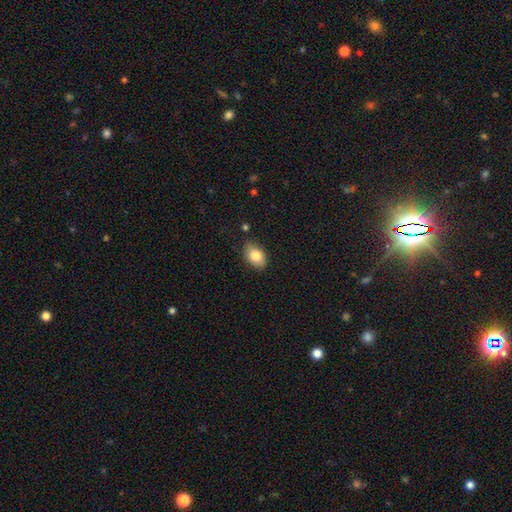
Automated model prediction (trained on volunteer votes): The model was most divided on "merging": none: 81%, minor disturbance: 14%, major disturbance: 3%, merger: 2%. More confident: how rounded — in between (86%); smooth or featured — smooth (82%).